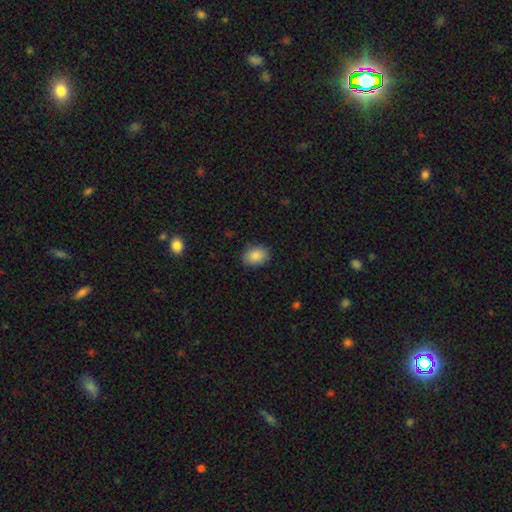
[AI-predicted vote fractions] smooth 87%, star or artifact 8%, featured or disk 5%. Down the decision tree: how rounded — in between (68%); merging — none (86%).